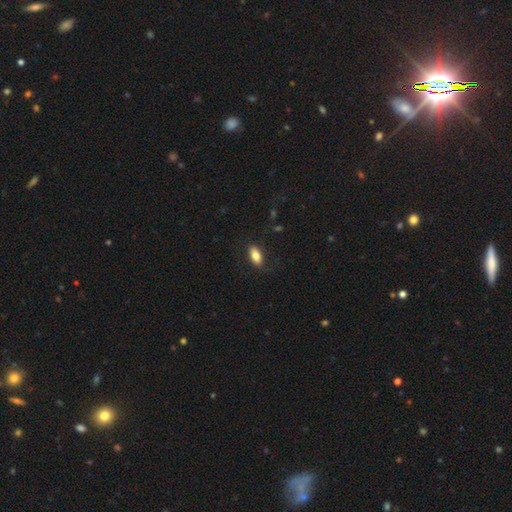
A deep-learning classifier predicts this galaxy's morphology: This appears to be a smooth galaxy with no disk features (79%) that is in between round and cigar-shaped (85%). Merging: none (82%).